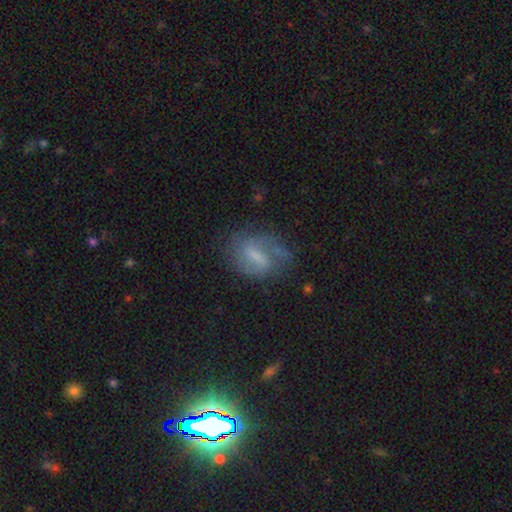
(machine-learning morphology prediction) featured or disk 61%, smooth 29%, star or artifact 10%. Down the decision tree: edge-on disk — no (95%); bar — weak (49%); spiral arms — yes (81%); bulge size — none (34%); merging — none (59%).